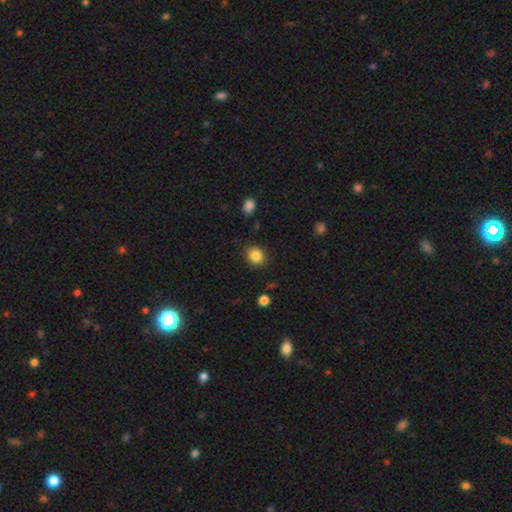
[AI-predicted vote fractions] This is clearly a smooth galaxy (86%). How rounded: likely round (71%). Merging: clearly none (86%).